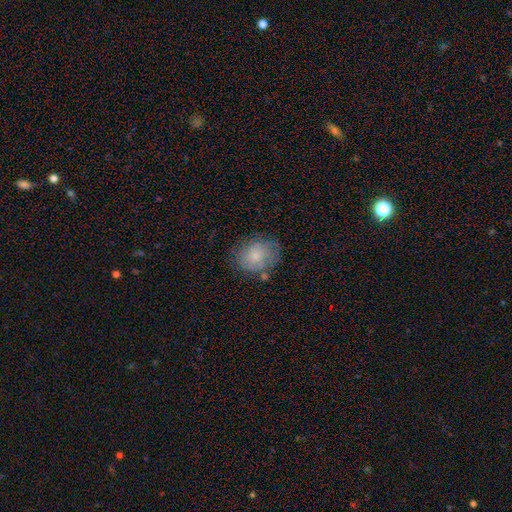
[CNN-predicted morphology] Smooth or featured?
  - smooth: 61% *
  - featured or disk: 30%
  - star or artifact: 9%
How rounded?
  - round: 56% *
  - in between: 43%
  - cigar-shaped: 1%
Merging?
  - none: 63% *
  - minor disturbance: 23%
  - major disturbance: 9%
  - merger: 4%